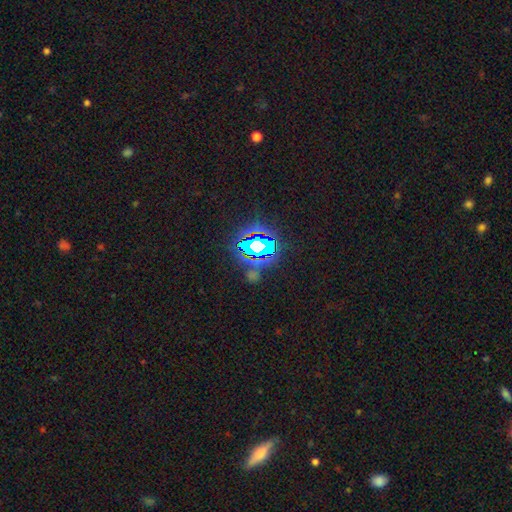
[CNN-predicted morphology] The model was most divided on "smooth or featured": star or artifact: 76%, smooth: 15%, featured or disk: 9%.